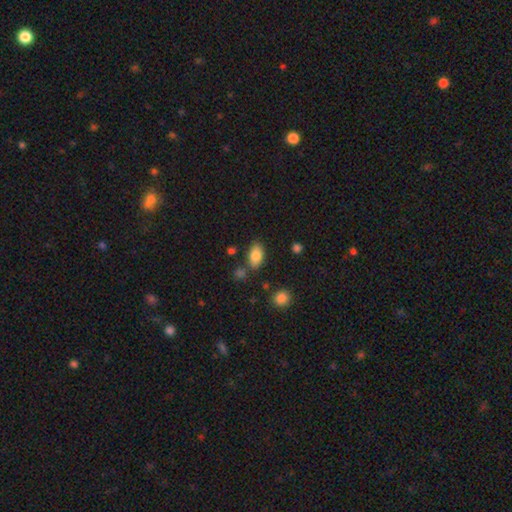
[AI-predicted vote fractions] Smooth or featured? Predicted: smooth (p=0.82). How rounded? Predicted: in between (p=0.91). Merging? Predicted: none (p=0.77).